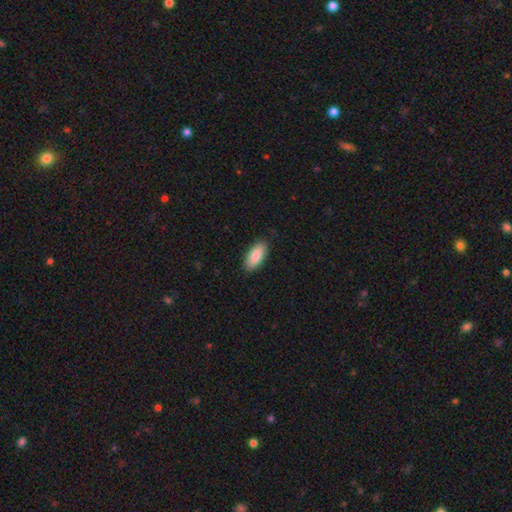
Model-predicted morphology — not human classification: Overall: smooth (88%). How rounded: in between (88%). Merging: none (86%).